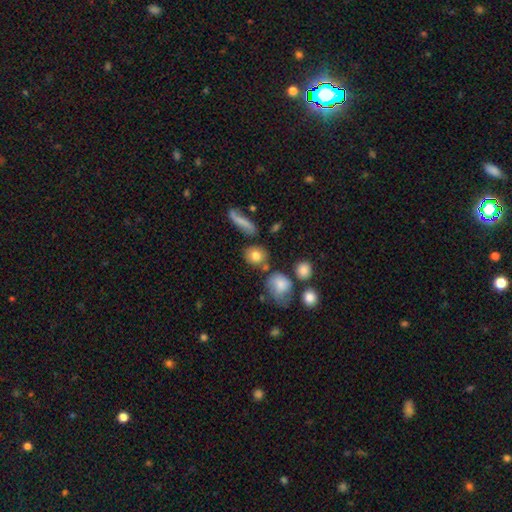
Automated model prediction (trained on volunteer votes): Overall: smooth (78%). How rounded: round (66%; in between 31%). Merging: none (72%).